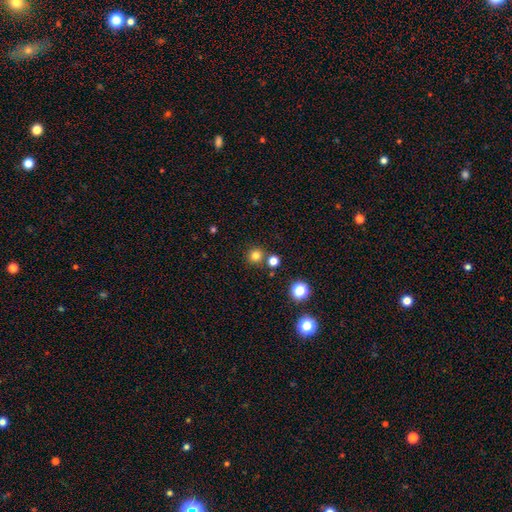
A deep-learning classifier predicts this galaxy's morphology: smooth_or_featured: smooth (p=0.78) [alt: star or artifact p=0.17]
how_rounded: round (p=0.95) [alt: in between p=0.05]
merging: none (p=0.83) [alt: merger p=0.09]